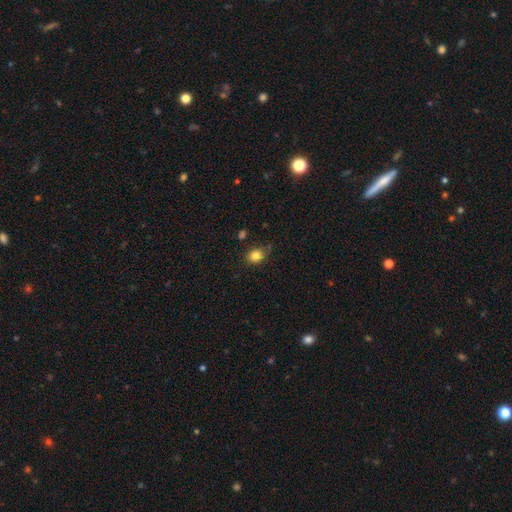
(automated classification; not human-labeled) The model was most divided on "how rounded": round: 56%, in between: 43%, cigar-shaped: 1%. More confident: smooth or featured — smooth (83%); merging — none (77%).